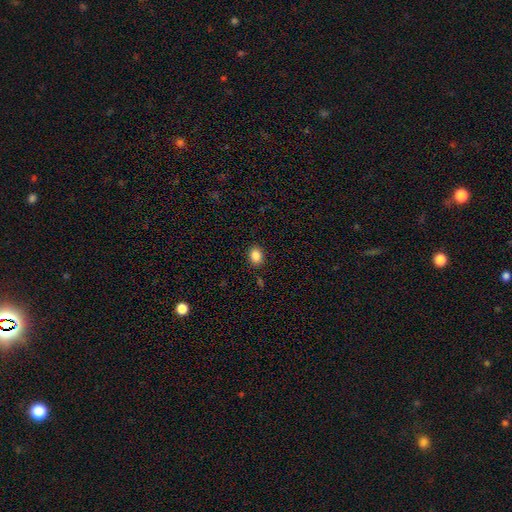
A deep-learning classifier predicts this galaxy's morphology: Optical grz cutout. It shows a smooth galaxy with no disk features (86%) that is in between round and cigar-shaped (60%). Merging: none (88%).